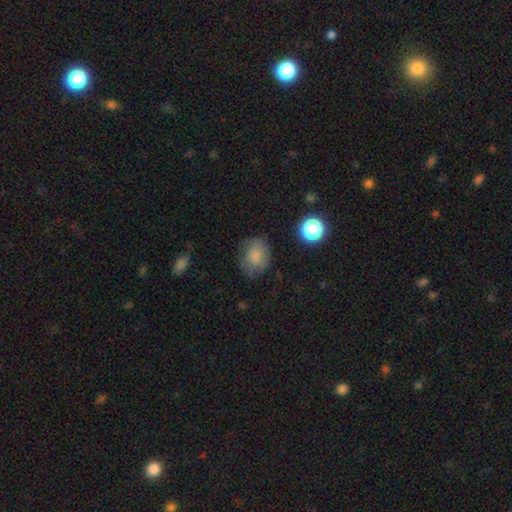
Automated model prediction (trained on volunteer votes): A smooth galaxy with no disk features (77%) that is in between round and cigar-shaped (54%).

Vote fractions:
- Smooth or featured? smooth: 77% / featured or disk: 13% / star or artifact: 10%
- How rounded? in between: 54% / round: 45% / cigar-shaped: 1%
- Merging? none: 65% / minor disturbance: 24% / major disturbance: 9% / merger: 2%